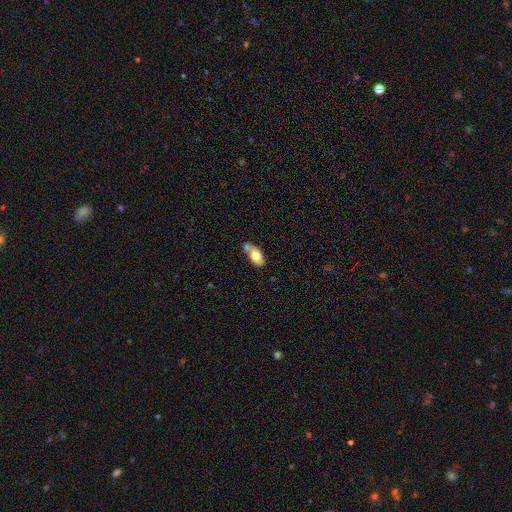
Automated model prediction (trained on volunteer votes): This appears to be a smooth galaxy with no disk features (74%) that is in between round and cigar-shaped (88%). Merging: none (42%).